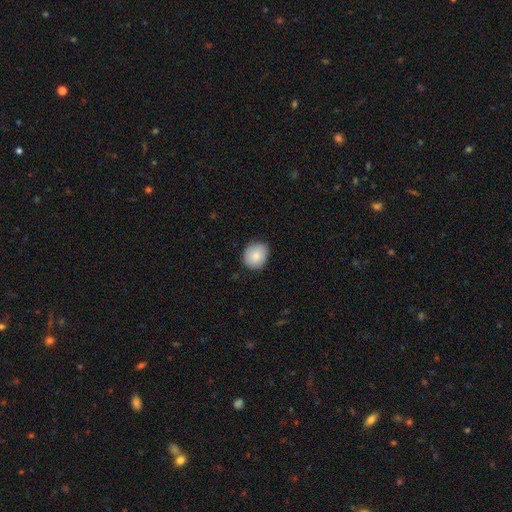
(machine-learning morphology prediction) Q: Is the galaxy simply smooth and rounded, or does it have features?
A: smooth — 83%.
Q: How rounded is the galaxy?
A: round — 71%.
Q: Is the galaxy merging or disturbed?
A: none — 82%.